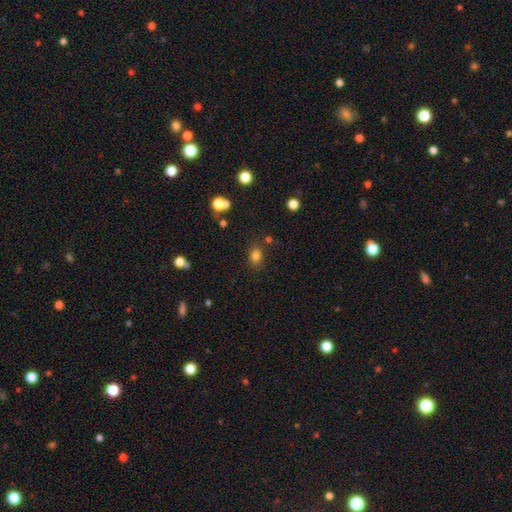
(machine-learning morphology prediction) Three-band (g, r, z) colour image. It shows a smooth galaxy with no disk features (80%) that is in between round and cigar-shaped (56%). Merging: none (76%).